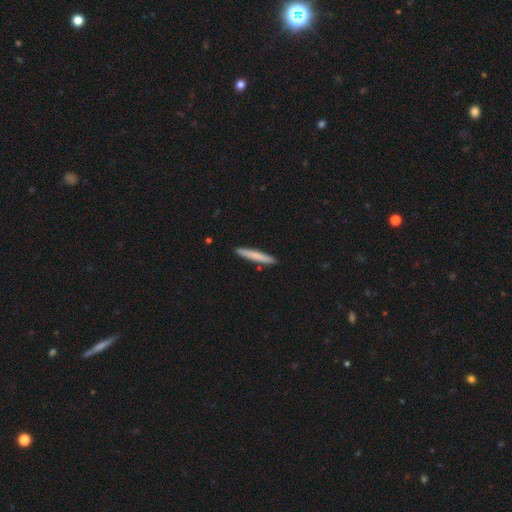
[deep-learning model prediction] smooth 73%, featured or disk 22%, star or artifact 5%. Down the decision tree: how rounded — cigar-shaped (95%); merging — none (91%).